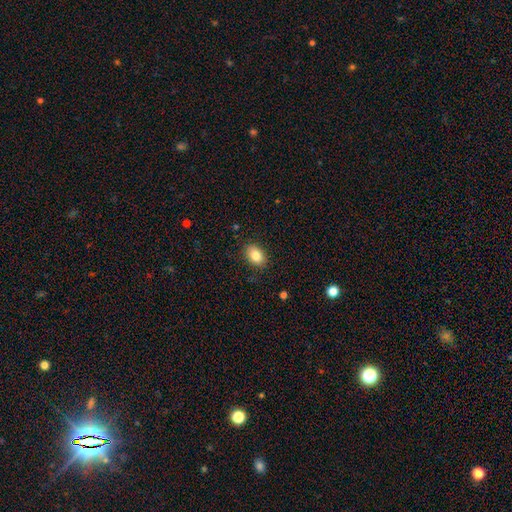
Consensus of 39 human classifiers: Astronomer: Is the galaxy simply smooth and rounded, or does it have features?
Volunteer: smooth — 87%.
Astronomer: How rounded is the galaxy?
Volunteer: in between — 97%.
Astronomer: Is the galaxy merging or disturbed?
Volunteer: none — 89%.